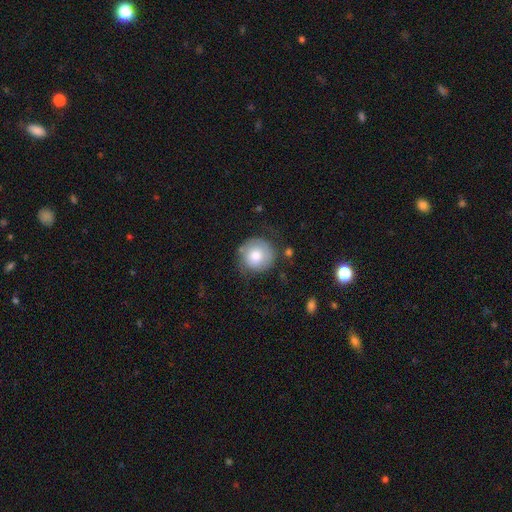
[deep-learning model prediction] This appears to be a smooth galaxy with no disk features (65%) that is round (92%). Merging: none (65%).